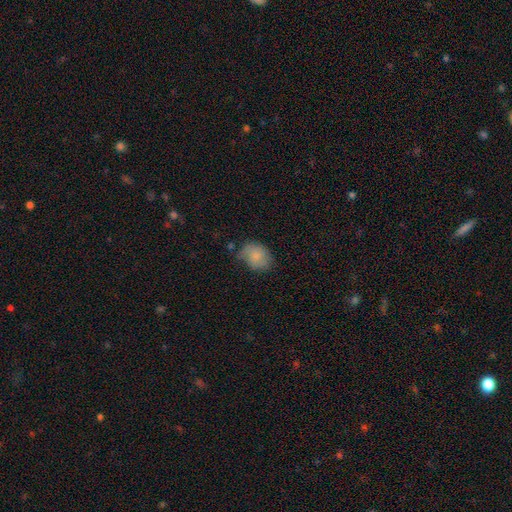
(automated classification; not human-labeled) smooth_or_featured: smooth (p=0.81) [alt: featured or disk p=0.11]
how_rounded: in between (p=0.59) [alt: round p=0.40]
merging: none (p=0.56) [alt: minor disturbance p=0.32]